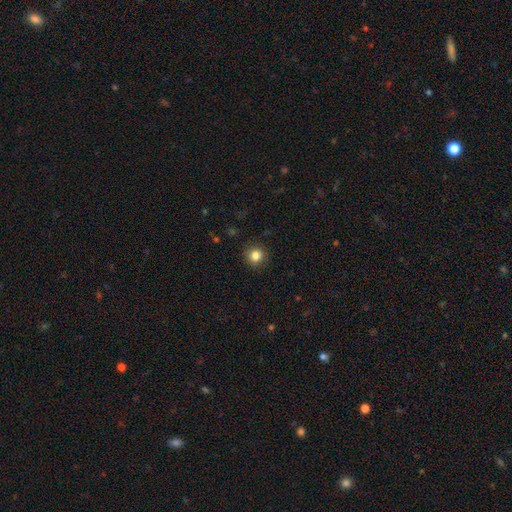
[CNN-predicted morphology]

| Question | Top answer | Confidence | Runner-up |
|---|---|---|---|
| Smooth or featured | smooth | 83% | star or artifact (12%) |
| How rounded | round | 93% | in between (6%) |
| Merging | none | 91% | minor disturbance (6%) |